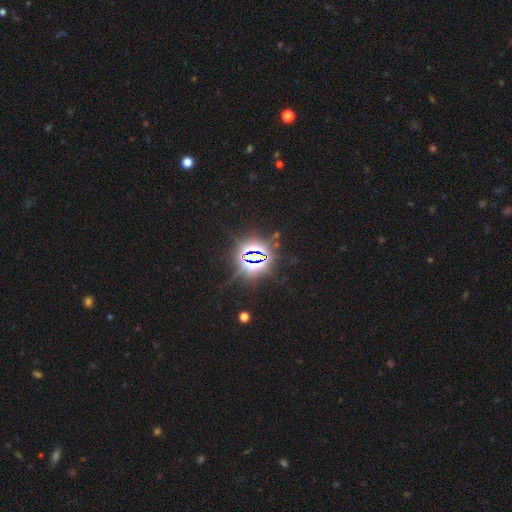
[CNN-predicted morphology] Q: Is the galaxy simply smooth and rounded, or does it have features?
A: star or artifact — 84%.